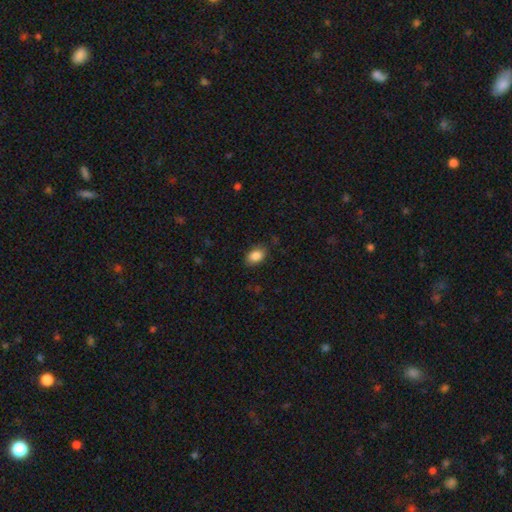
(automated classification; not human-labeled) A smooth galaxy with no disk features (87%) that is in between round and cigar-shaped (86%). Merging: none (85%).